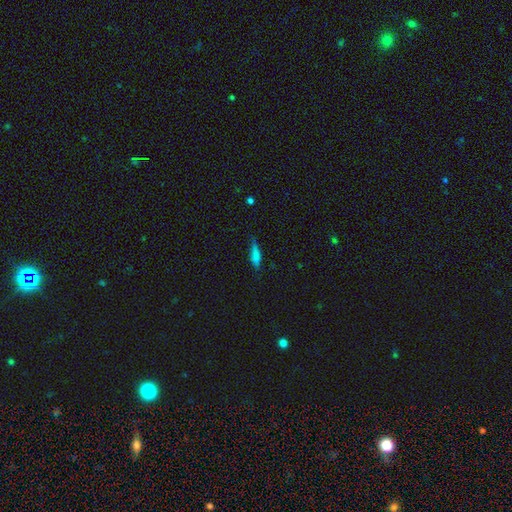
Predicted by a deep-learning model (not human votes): Smooth or featured? smooth (73%)
How rounded? cigar-shaped (69%)
Merging? none (65%)